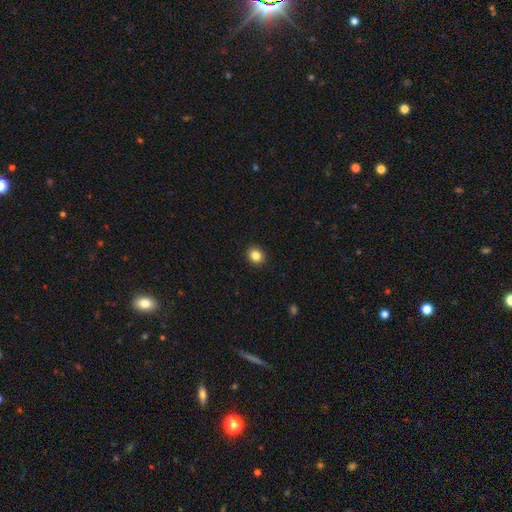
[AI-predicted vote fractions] smooth-or-featured: smooth: 85% | star or artifact: 11% | featured or disk: 4%
  how-rounded: round: 75% | in between: 24% | cigar-shaped: 1%
  merging: none: 92% | minor disturbance: 5% | major disturbance: 2% | merger: 1%